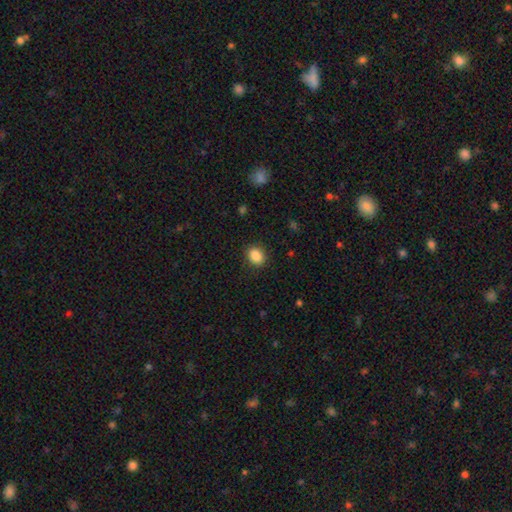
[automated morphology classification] Smooth or featured? smooth (87%)
How rounded? in between (57%)
Merging? none (88%)